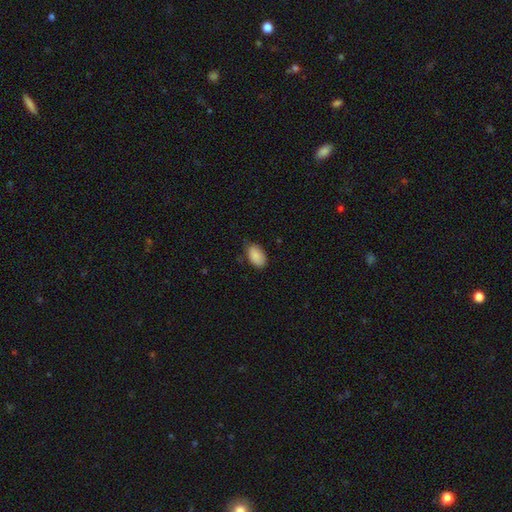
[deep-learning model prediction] A smooth galaxy with no disk features (89%) that is in between round and cigar-shaped (92%). Merging: none (68%).